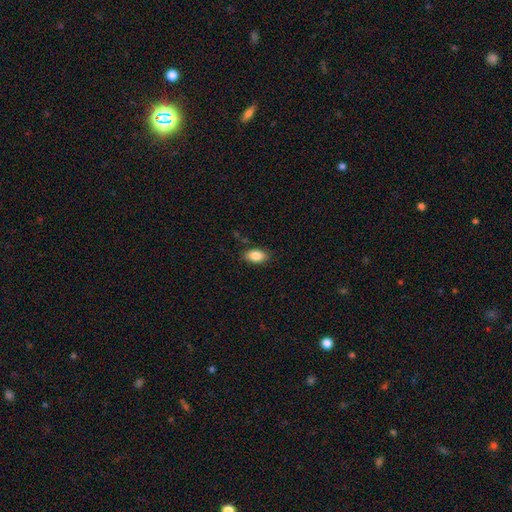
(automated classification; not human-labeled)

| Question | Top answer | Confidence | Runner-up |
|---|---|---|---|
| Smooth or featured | smooth | 85% | star or artifact (8%) |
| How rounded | in between | 90% | round (7%) |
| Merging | none | 85% | minor disturbance (11%) |